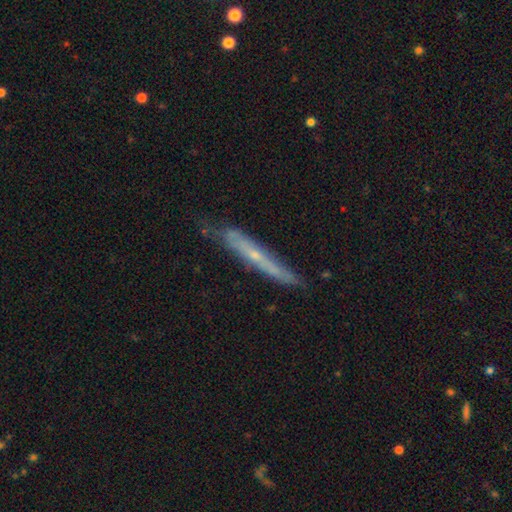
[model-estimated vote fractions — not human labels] smooth-or-featured: featured or disk: 63% | smooth: 30% | star or artifact: 7%
  disk-edge-on: yes: 83% | no: 17%
    edge-on-bulge: rounded: 48% (tied) | none: 48% (tied) | boxy: 4%
  merging: none: 69% | minor disturbance: 25% | major disturbance: 5% | merger: 2%